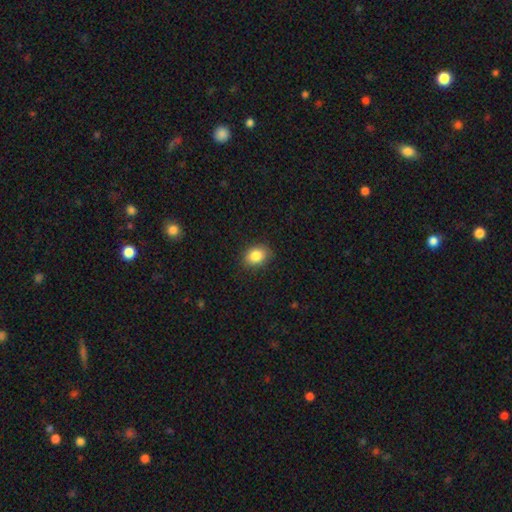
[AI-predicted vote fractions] smooth 85%, star or artifact 9%, featured or disk 6%. Down the decision tree: how rounded — in between (66%); merging — none (85%).